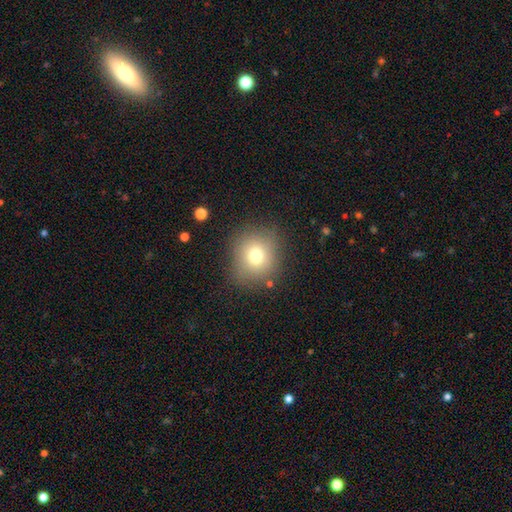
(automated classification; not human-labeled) smooth_or_featured: smooth (p=0.72) [alt: star or artifact p=0.14]
how_rounded: round (p=0.85) [alt: in between p=0.14]
merging: none (p=0.82) [alt: minor disturbance p=0.11]